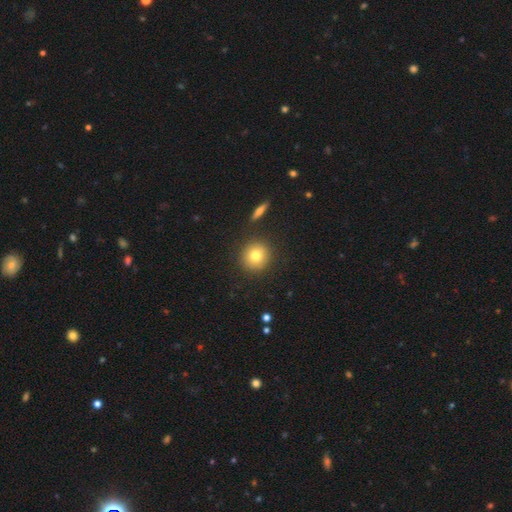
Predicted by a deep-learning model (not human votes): Smooth or featured? smooth (79%)
How rounded? round (91%)
Merging? none (88%)